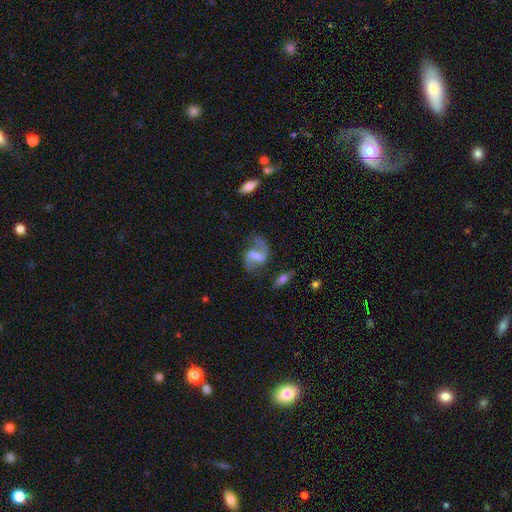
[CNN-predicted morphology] Overall: featured or disk (77%). Edge-on disk: no (97%). Bar: strong (45%; weak 41%). Spiral arms: yes (90%). Spiral arm count: 2 (89%). Spiral winding: loose (54%; medium 37%). Bulge size: none (36%; small 28%). Merging: none (66%).